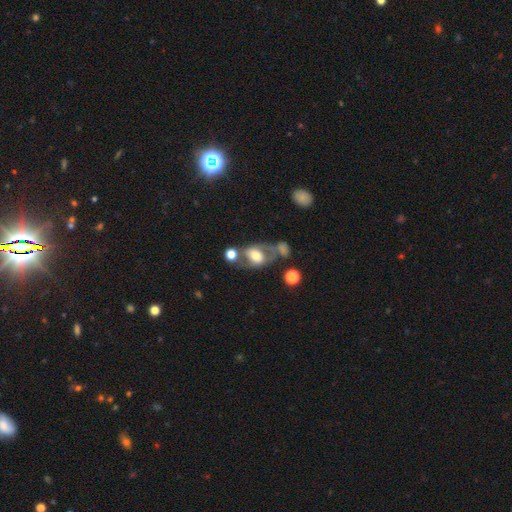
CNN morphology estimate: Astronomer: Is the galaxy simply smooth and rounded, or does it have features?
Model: featured or disk — 47% (runner-up: smooth, 44%).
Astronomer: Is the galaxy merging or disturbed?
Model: none — 32% (runner-up: merger, 30%).